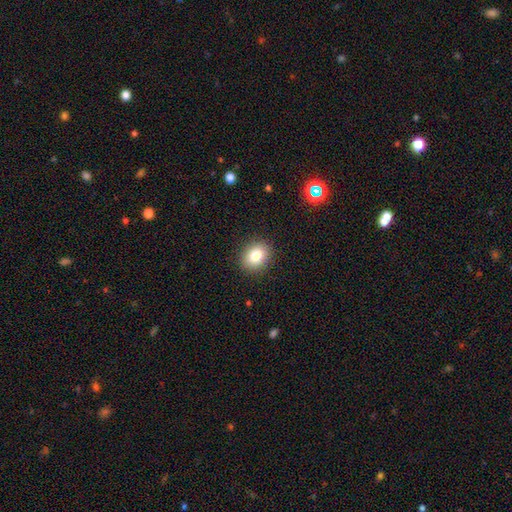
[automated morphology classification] Smooth or featured: smooth — 82% (star or artifact — 10%)
How rounded: round — 53% (in between — 46%)
Merging: none — 90% (minor disturbance — 7%)